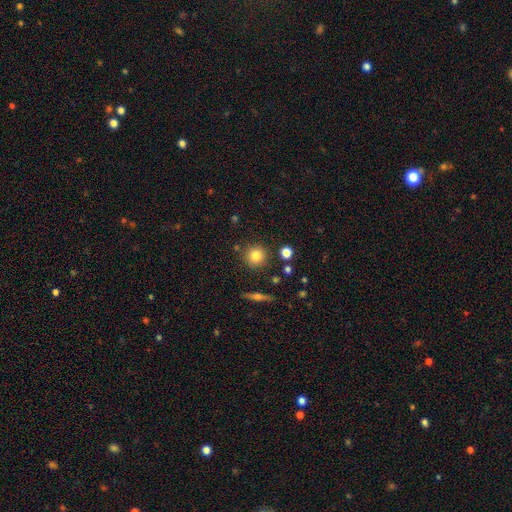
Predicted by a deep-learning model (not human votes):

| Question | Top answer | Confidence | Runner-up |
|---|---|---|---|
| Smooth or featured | smooth | 82% | star or artifact (10%) |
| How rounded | round | 92% | in between (6%) |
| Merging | none | 85% | minor disturbance (8%) |